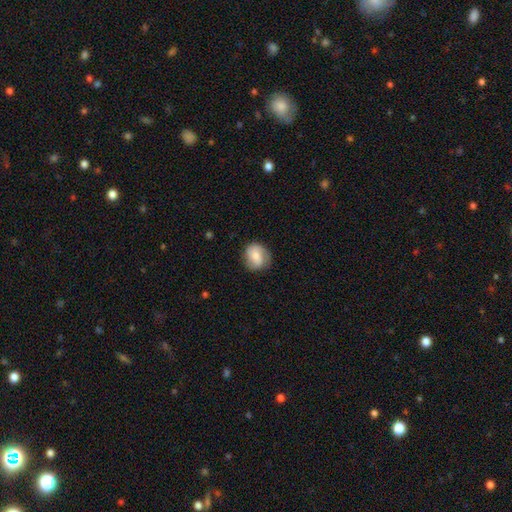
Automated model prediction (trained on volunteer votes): The model was most divided on "how rounded": round: 66%, in between: 33%, cigar-shaped: 1%. More confident: merging — none (71%); smooth or featured — smooth (67%).